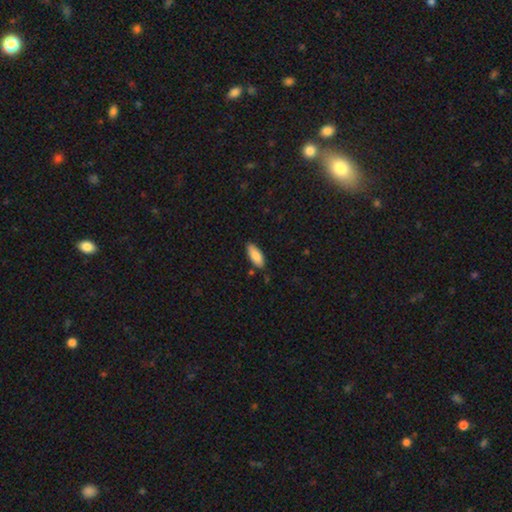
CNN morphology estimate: Smooth or featured: smooth — 87% (featured or disk — 7%)
How rounded: in between — 81% (cigar-shaped — 17%)
Merging: none — 83% (minor disturbance — 13%)